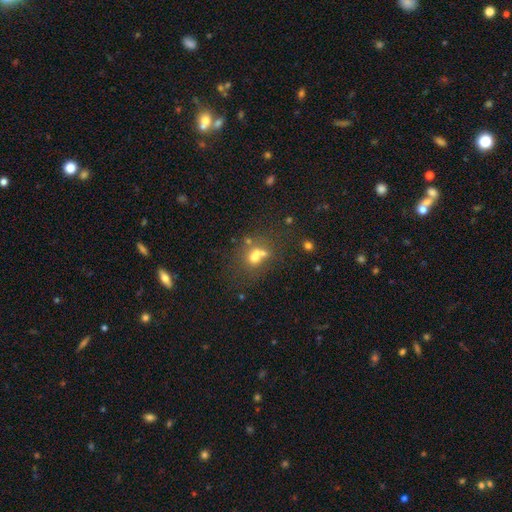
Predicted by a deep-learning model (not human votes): Smooth or featured? Predicted: smooth (p=0.59). How rounded? Predicted: round (p=0.61). Merging? Predicted: merger (p=0.43).